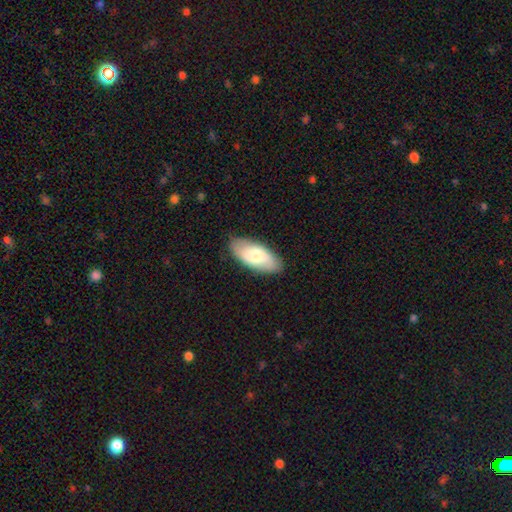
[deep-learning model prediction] Morphology: type=smooth (73%); roundness=in between (90%); merging=none (85%).